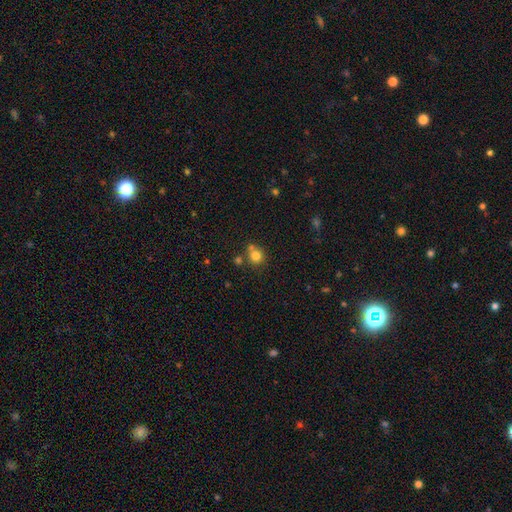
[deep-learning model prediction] This appears to be a smooth galaxy with no disk features (80%) that is round (85%). Merging: none (60%).